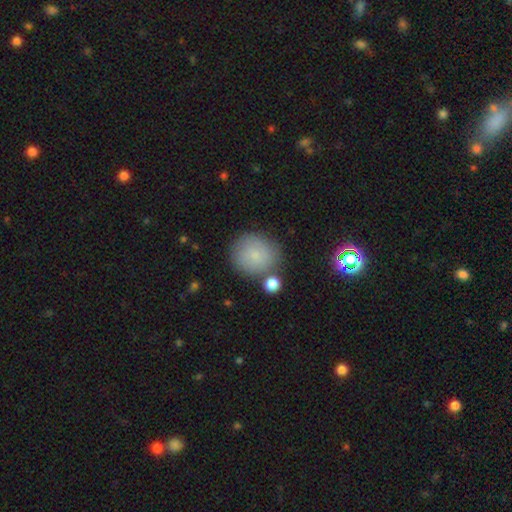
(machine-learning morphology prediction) The model was most divided on "merging": none: 74%, minor disturbance: 13%, merger: 8%, major disturbance: 4%. More confident: how rounded — round (87%); smooth or featured — smooth (80%).